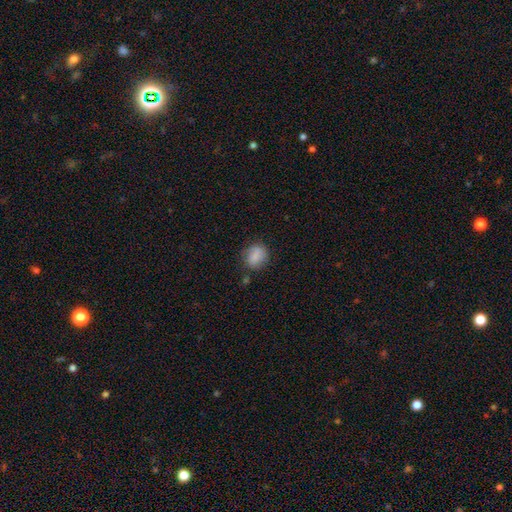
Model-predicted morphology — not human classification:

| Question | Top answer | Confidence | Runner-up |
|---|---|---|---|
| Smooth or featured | smooth | 82% | featured or disk (10%) |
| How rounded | round | 64% | in between (35%) |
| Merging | none | 71% | minor disturbance (20%) |